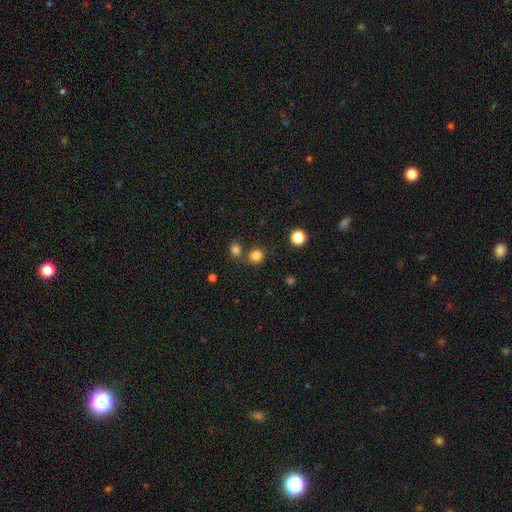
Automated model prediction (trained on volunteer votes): A smooth galaxy with no disk features (82%) that is round (84%).

Vote fractions:
- Smooth or featured? smooth: 82% / star or artifact: 13% / featured or disk: 5%
- How rounded? round: 84% / in between: 15% / cigar-shaped: 1%
- Merging? none: 72% / merger: 16% / minor disturbance: 8% / major disturbance: 3%